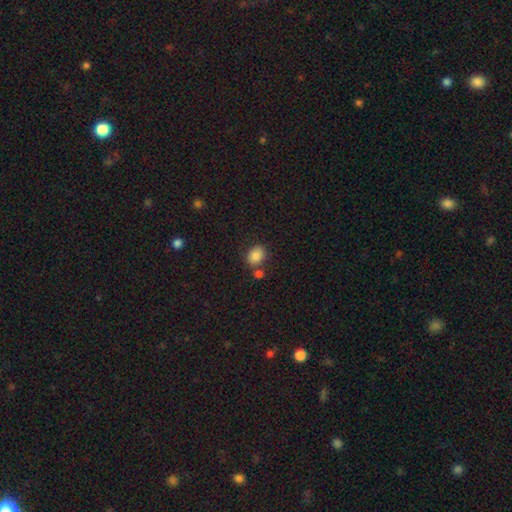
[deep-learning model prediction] Overall: smooth (85%). How rounded: in between (61%; round 38%). Merging: none (67%).